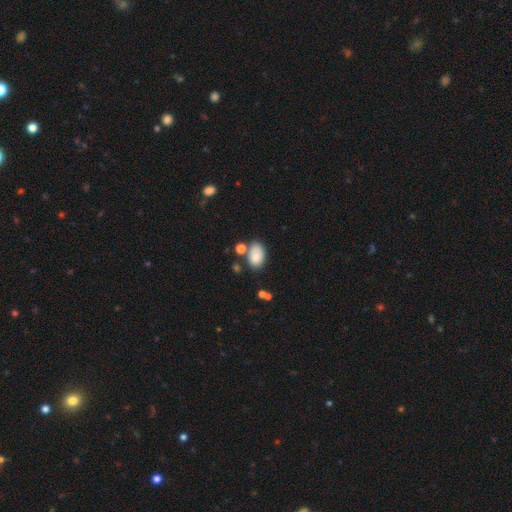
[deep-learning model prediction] smooth-or-featured: smooth: 81% | featured or disk: 9% | star or artifact: 9%
  how-rounded: in between: 88% | round: 11% | cigar-shaped: 1%
  merging: none: 59% | minor disturbance: 19% | merger: 16% | major disturbance: 6%